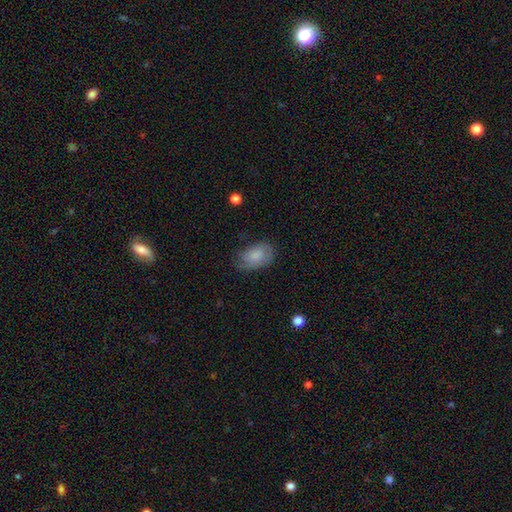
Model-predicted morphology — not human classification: smooth 75%, featured or disk 17%, star or artifact 8%. Down the decision tree: how rounded — in between (90%); merging — none (62%).